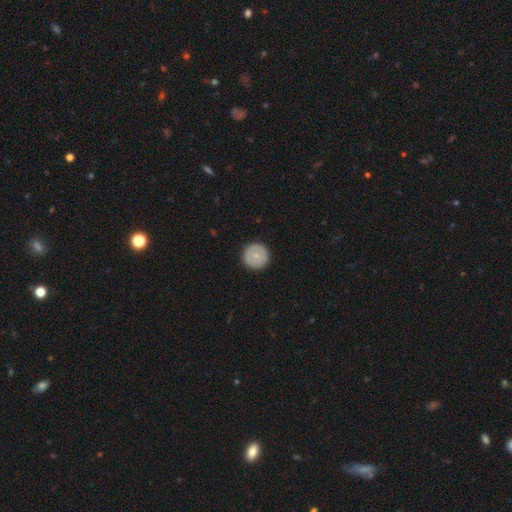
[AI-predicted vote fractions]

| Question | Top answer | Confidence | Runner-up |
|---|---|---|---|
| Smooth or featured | smooth | 71% | featured or disk (23%) |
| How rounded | round | 97% | in between (3%) |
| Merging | none | 92% | minor disturbance (5%) |